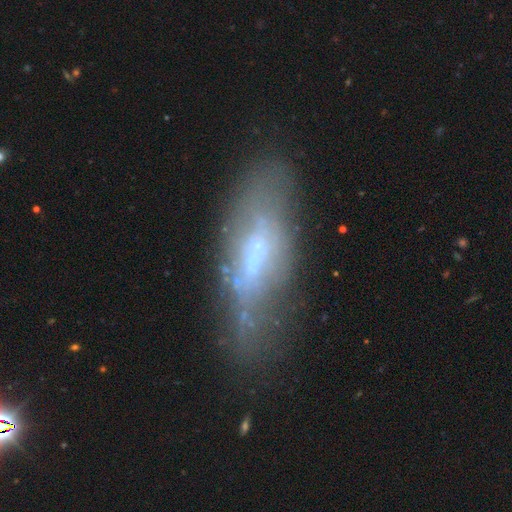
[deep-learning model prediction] Smooth or featured?
  - featured or disk: 54% *
  - smooth: 36%
  - star or artifact: 10%
Edge-on disk?
  - no: 72% *
  - yes: 28%
Merging?
  - none: 54% *
  - minor disturbance: 26%
  - major disturbance: 16%
  - merger: 5%